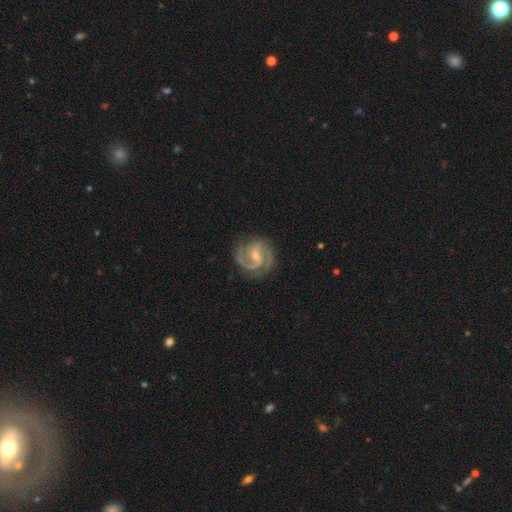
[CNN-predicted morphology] This appears to be a featured or disk galaxy (91%) with a weak bar (49%), 2 (77%) medium (48%) spiral arms (98%) and a small central bulge (55%). Merging: none (80%).